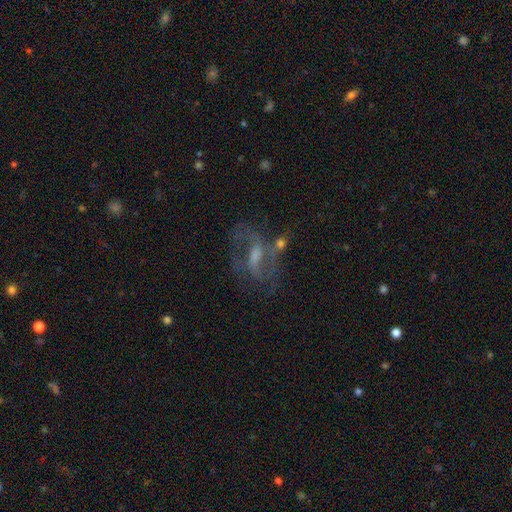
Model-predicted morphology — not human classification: Smooth or featured? Predicted: featured or disk (p=0.75). Edge-on disk? Predicted: no (p=0.93). Bar? Predicted: weak (p=0.47). Spiral arms? Predicted: yes (p=0.80). Spiral winding? Predicted: medium (p=0.50). Spiral arm count? Predicted: 2 (p=0.74). Bulge size? Predicted: moderate (p=0.40). Merging? Predicted: none (p=0.53).